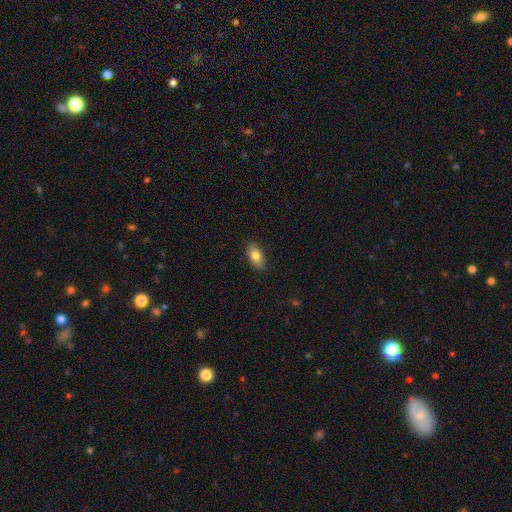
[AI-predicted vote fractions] Q: Smooth or featured?
A: smooth (80%); runner-up: featured or disk (13%)
Q: How rounded?
A: in between (91%); runner-up: round (5%)
Q: Merging?
A: none (88%); runner-up: minor disturbance (9%)